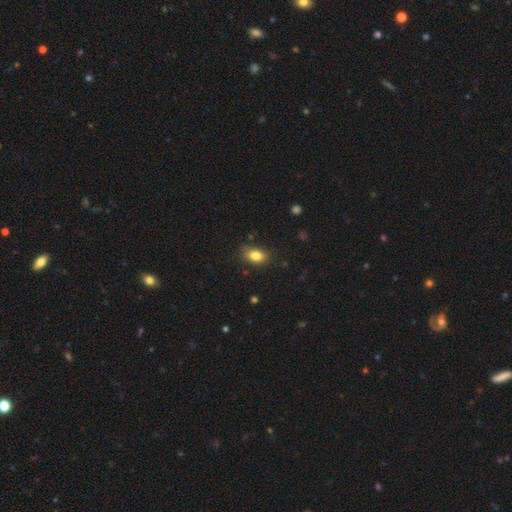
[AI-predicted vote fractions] Smooth or featured: smooth — 82% (star or artifact — 9%)
How rounded: in between — 81% (round — 17%)
Merging: none — 79% (minor disturbance — 16%)